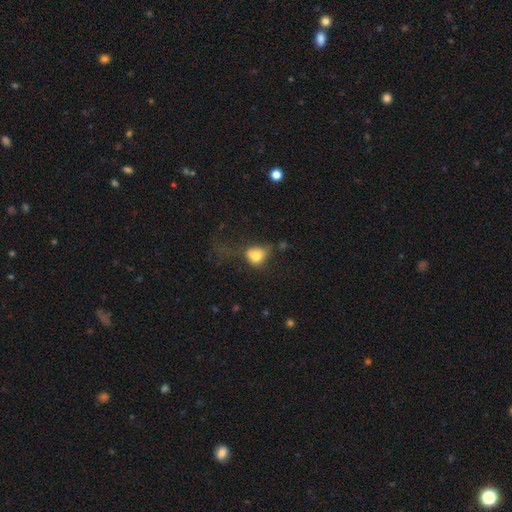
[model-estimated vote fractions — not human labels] smooth-or-featured: smooth: 74% | featured or disk: 14% | star or artifact: 11%
  how-rounded: in between: 54% | round: 44% | cigar-shaped: 2%
  merging: major disturbance: 36% | none: 31% | minor disturbance: 26% | merger: 7%